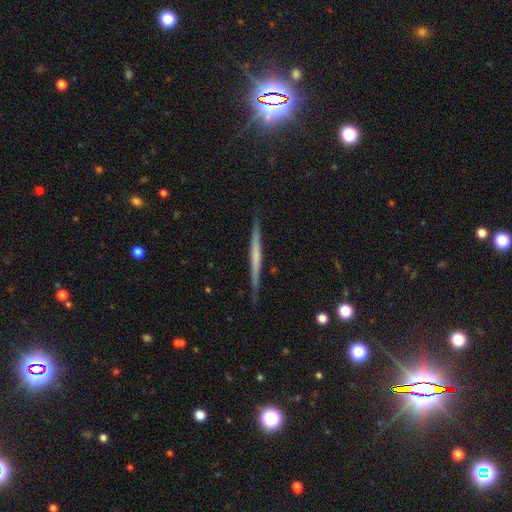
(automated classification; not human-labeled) This appears to be a featured or disk galaxy (58%) viewed edge-on (98%) with no central bulge (76%). Merging: none (89%).